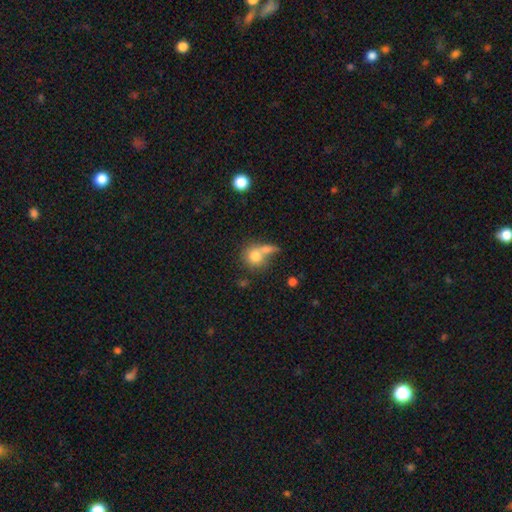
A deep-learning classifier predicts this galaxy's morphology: Smooth or featured?
  - smooth: 77% *
  - featured or disk: 13%
  - star or artifact: 9%
How rounded?
  - round: 79% *
  - in between: 19%
  - cigar-shaped: 2%
Merging?
  - merger: 45% *
  - none: 38%
  - minor disturbance: 10%
  - major disturbance: 7%